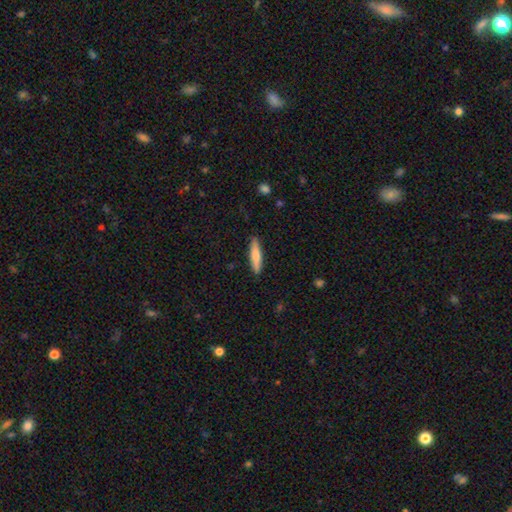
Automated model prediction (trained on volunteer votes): A smooth galaxy with no disk features (70%) that is cigar-shaped (85%).

Vote fractions:
- Smooth or featured? smooth: 70% / featured or disk: 24% / star or artifact: 6%
- How rounded? cigar-shaped: 85% / in between: 14% / round: 1%
- Merging? none: 89% / minor disturbance: 8% / major disturbance: 2% / merger: 1%